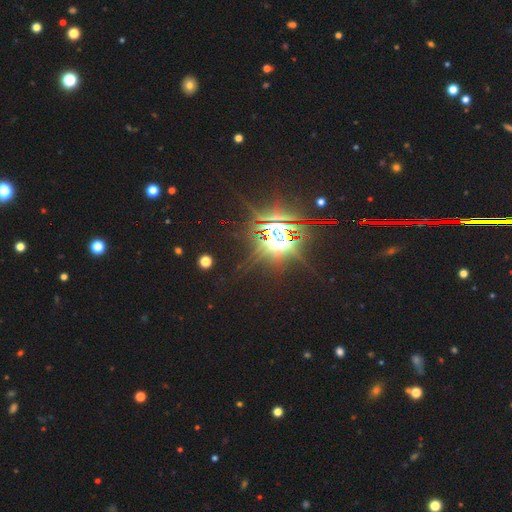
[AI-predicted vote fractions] smooth-or-featured: star or artifact: 83% | featured or disk: 10% | smooth: 7%